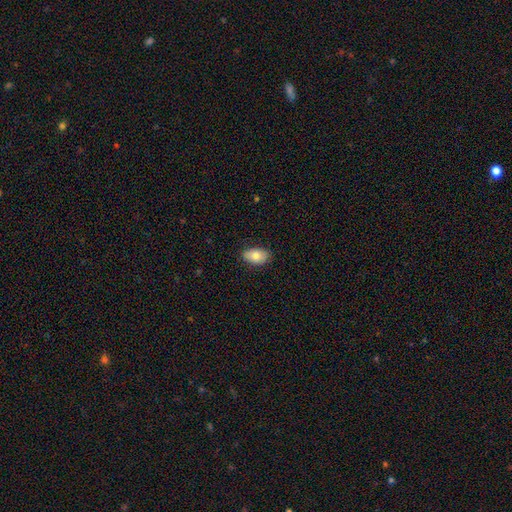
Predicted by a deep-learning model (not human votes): Smooth or featured: smooth — 81% (featured or disk — 12%)
How rounded: in between — 90% (round — 8%)
Merging: none — 83% (minor disturbance — 14%)